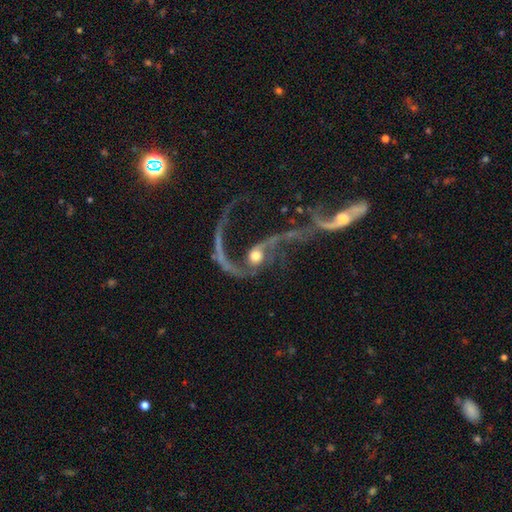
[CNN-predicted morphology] featured or disk 86%, star or artifact 7%, smooth 7%. Down the decision tree: edge-on disk — no (96%); bar — no (67%); spiral arms — yes (93%); spiral arm count — 2 (79%); spiral winding — loose (89%); bulge size — moderate (57%); merging — major disturbance (36%).